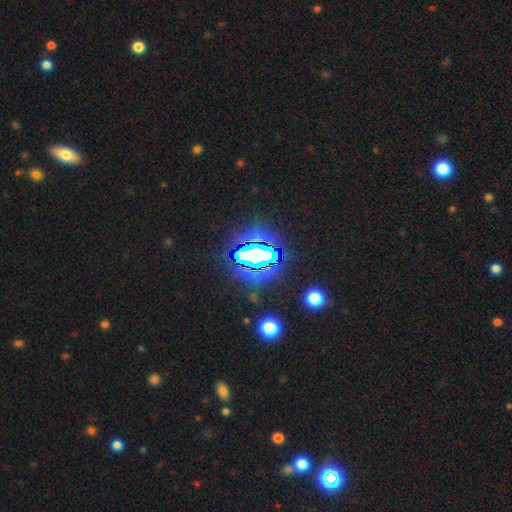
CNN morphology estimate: This appears to be a star or artifact, not a galaxy (70%).